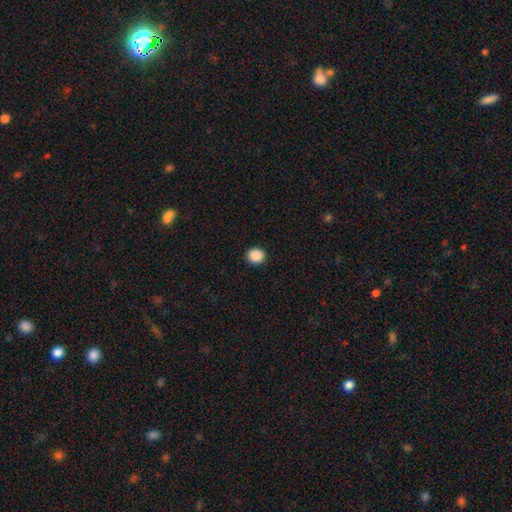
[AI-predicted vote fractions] Smooth or featured: smooth — 89% (star or artifact — 9%)
How rounded: round — 87% (in between — 12%)
Merging: none — 93% (minor disturbance — 5%)